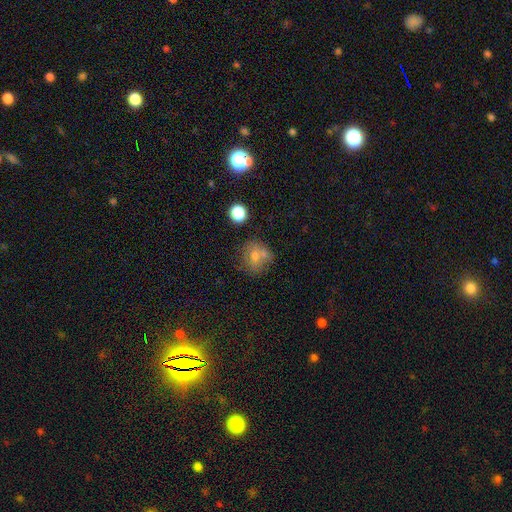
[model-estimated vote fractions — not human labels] smooth 62%, featured or disk 19%, star or artifact 19%. Down the decision tree: how rounded — round (77%); merging — none (59%).